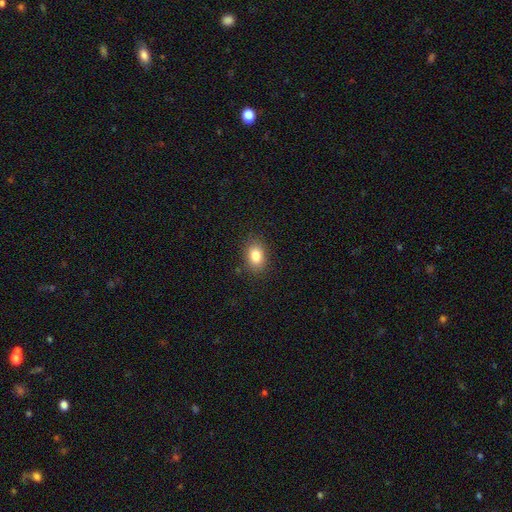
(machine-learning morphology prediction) This is clearly a smooth galaxy (83%). How rounded: likely in between (78%). Merging: clearly none (86%).